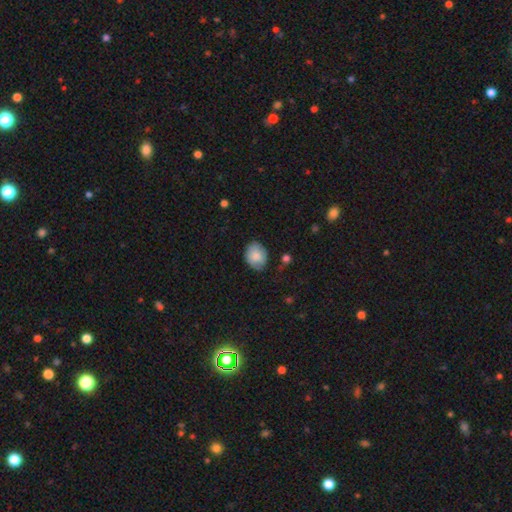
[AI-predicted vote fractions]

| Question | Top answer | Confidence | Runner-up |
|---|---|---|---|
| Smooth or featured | smooth | 81% | featured or disk (11%) |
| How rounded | in between | 54% | round (45%) |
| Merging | none | 69% | minor disturbance (24%) |